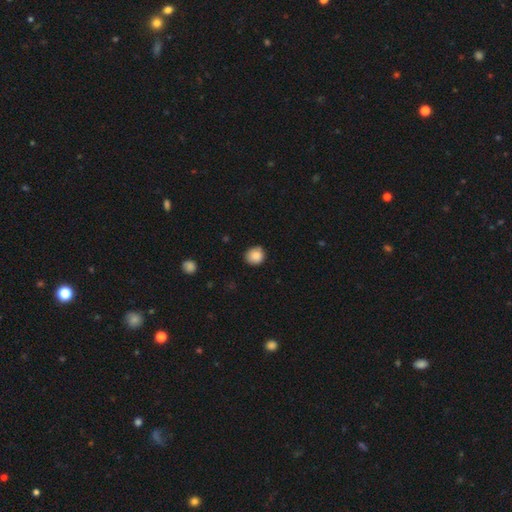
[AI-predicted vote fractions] Overall: smooth (86%). How rounded: round (88%). Merging: none (81%).